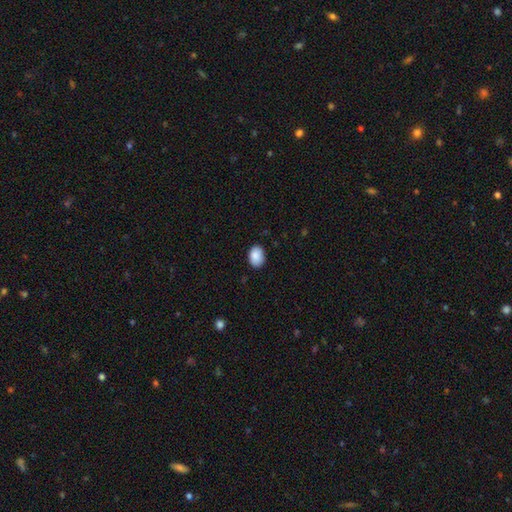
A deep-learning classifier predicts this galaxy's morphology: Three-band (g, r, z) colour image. It shows a smooth galaxy with no disk features (89%) that is in between round and cigar-shaped (77%). Merging: none (84%).